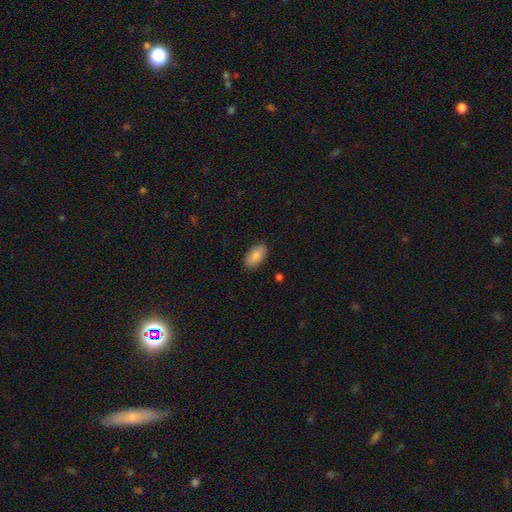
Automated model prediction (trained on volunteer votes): Overall: smooth (86%). How rounded: in between (94%). Merging: none (87%).